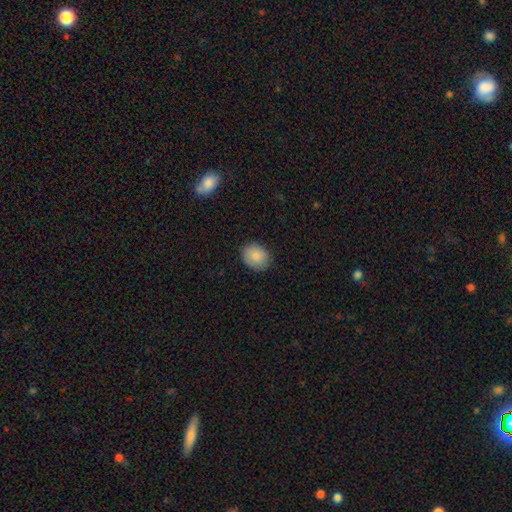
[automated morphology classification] smooth_or_featured: smooth (p=0.85) [alt: featured or disk p=0.08]
how_rounded: round (p=0.57) [alt: in between p=0.42]
merging: none (p=0.86) [alt: minor disturbance p=0.10]